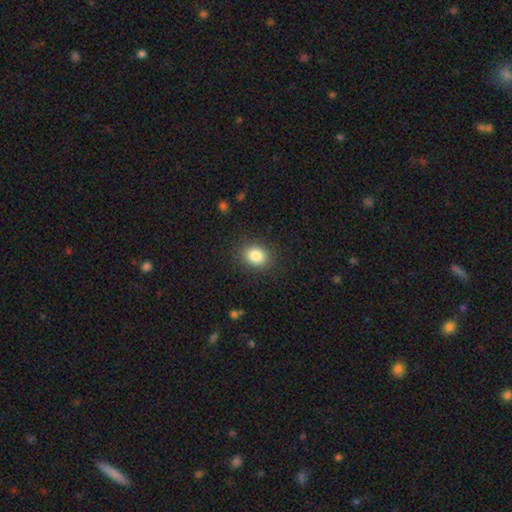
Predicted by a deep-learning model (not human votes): Smooth or featured? Predicted: smooth (p=0.84). How rounded? Predicted: round (p=0.52). Merging? Predicted: none (p=0.87).